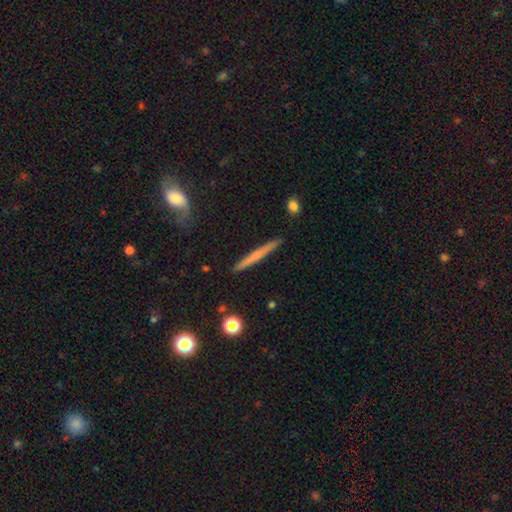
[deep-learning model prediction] Smooth or featured?
  - smooth: 48% *
  - featured or disk: 46%
  - star or artifact: 6%
Merging?
  - none: 90% *
  - minor disturbance: 7%
  - major disturbance: 2%
  - merger: 1%